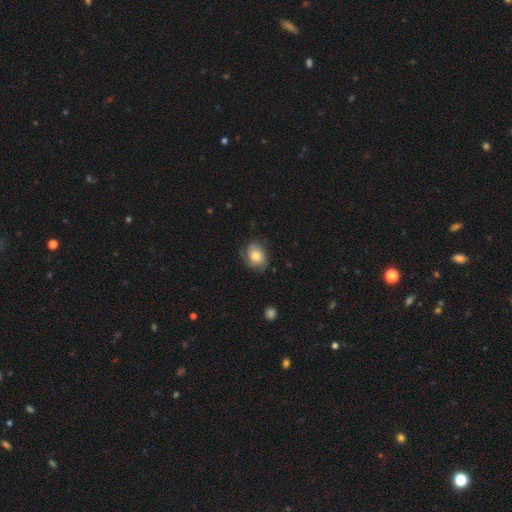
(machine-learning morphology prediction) Smooth or featured? Predicted: smooth (p=0.58). How rounded? Predicted: in between (p=0.58). Merging? Predicted: none (p=0.64).